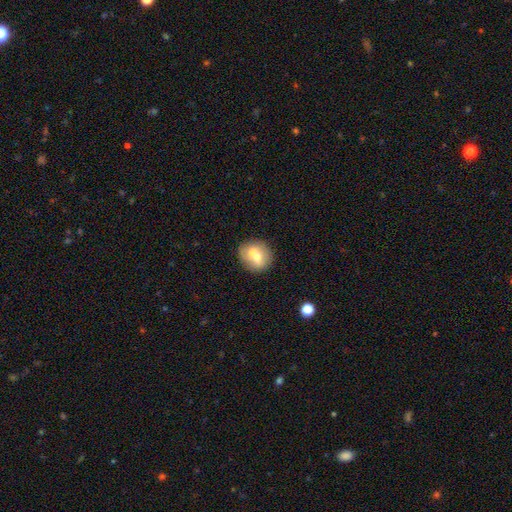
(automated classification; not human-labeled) smooth-or-featured: smooth: 62% | featured or disk: 31% | star or artifact: 8%
  how-rounded: round: 77% | in between: 22% | cigar-shaped: 1%
  merging: none: 58% | merger: 25% | minor disturbance: 13% | major disturbance: 4%